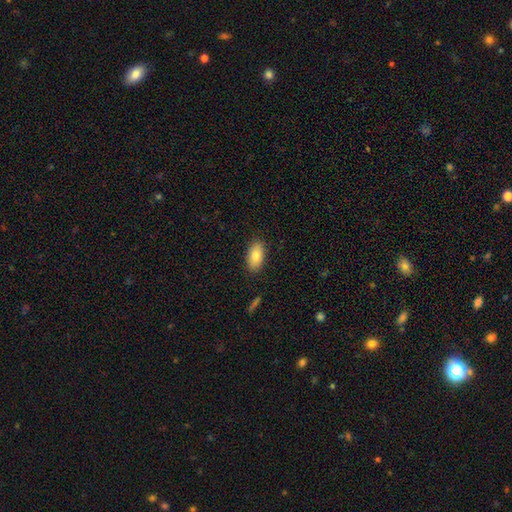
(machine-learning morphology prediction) Smooth or featured? smooth (82%)
How rounded? in between (93%)
Merging? none (87%)